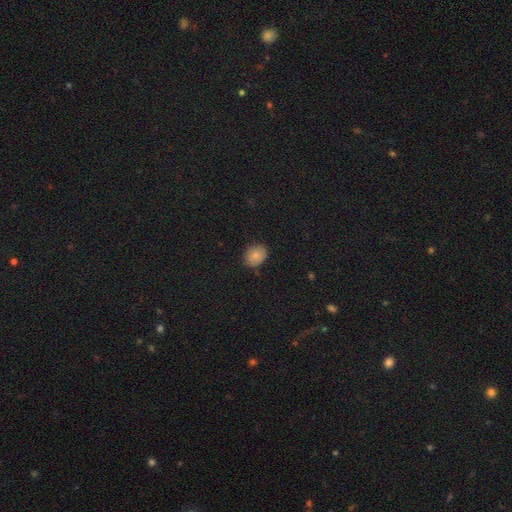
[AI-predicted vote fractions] Smooth or featured? Predicted: smooth (p=0.81). How rounded? Predicted: in between (p=0.53). Merging? Predicted: none (p=0.78).